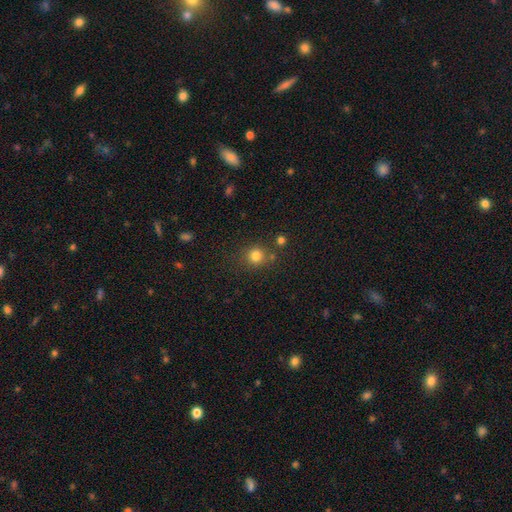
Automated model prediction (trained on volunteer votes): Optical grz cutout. It shows a smooth galaxy with no disk features (80%) that is round (90%). Merging: none (78%).